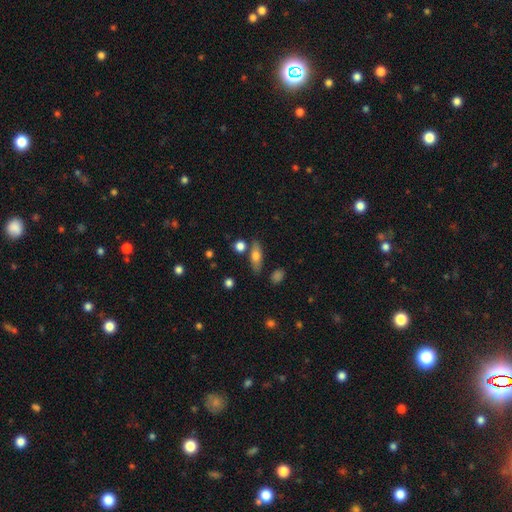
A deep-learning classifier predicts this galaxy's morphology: Smooth or featured?
  - smooth: 66% *
  - featured or disk: 26%
  - star or artifact: 8%
How rounded?
  - in between: 56% *
  - cigar-shaped: 39%
  - round: 6%
Merging?
  - none: 76% *
  - minor disturbance: 13%
  - merger: 8%
  - major disturbance: 3%